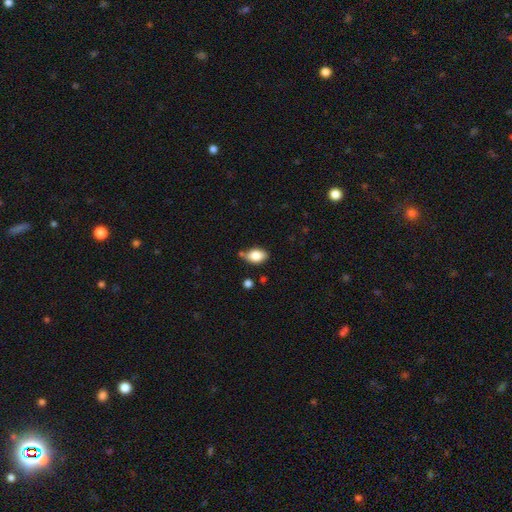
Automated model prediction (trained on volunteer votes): This is clearly a smooth galaxy (84%). How rounded: clearly in between (85%). Merging: likely none (67%).